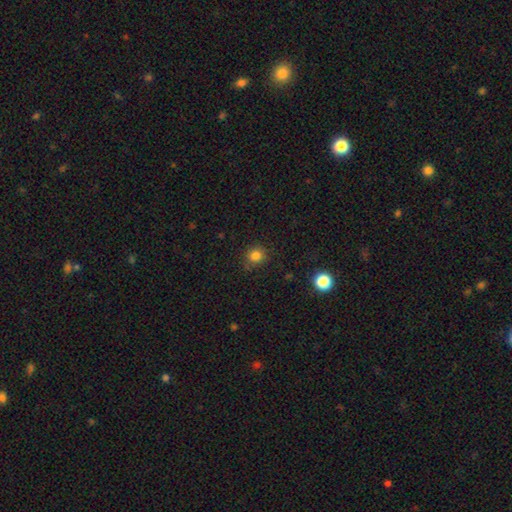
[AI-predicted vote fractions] This appears to be a smooth galaxy with no disk features (82%) that is round (88%). Merging: none (84%).